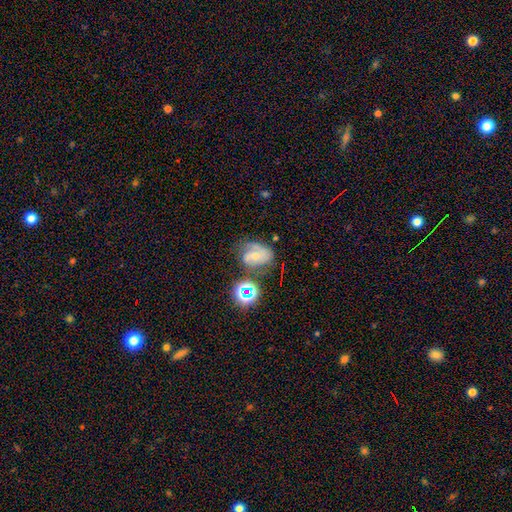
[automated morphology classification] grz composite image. It shows a featured or disk galaxy (56%) with no bar (58%), spiral arms (83%) and a small central bulge (49%). Merging: none (48%).